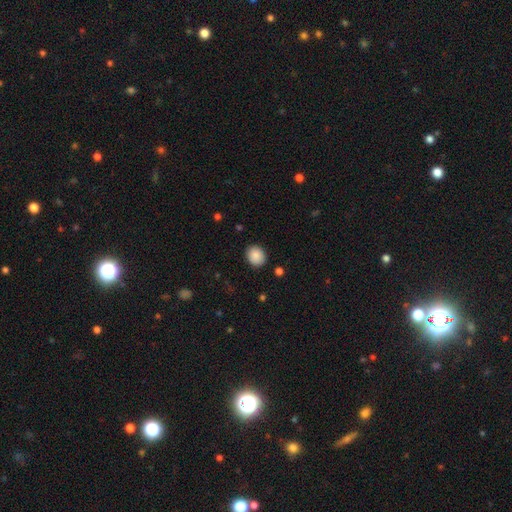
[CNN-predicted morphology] A smooth galaxy with no disk features (88%) that is round (60%).

Vote fractions:
- Smooth or featured? smooth: 88% / star or artifact: 8% / featured or disk: 4%
- How rounded? round: 60% / in between: 39% / cigar-shaped: 1%
- Merging? none: 88% / minor disturbance: 9% / major disturbance: 2% / merger: 1%